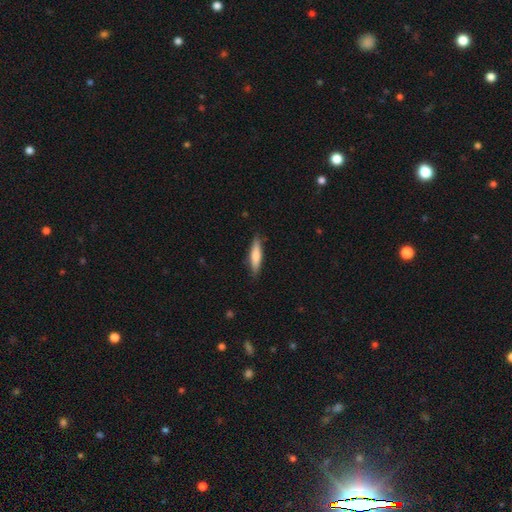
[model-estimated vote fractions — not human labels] Q: Smooth or featured?
A: smooth (71%); runner-up: featured or disk (23%)
Q: How rounded?
A: cigar-shaped (79%); runner-up: in between (19%)
Q: Merging?
A: none (85%); runner-up: minor disturbance (11%)